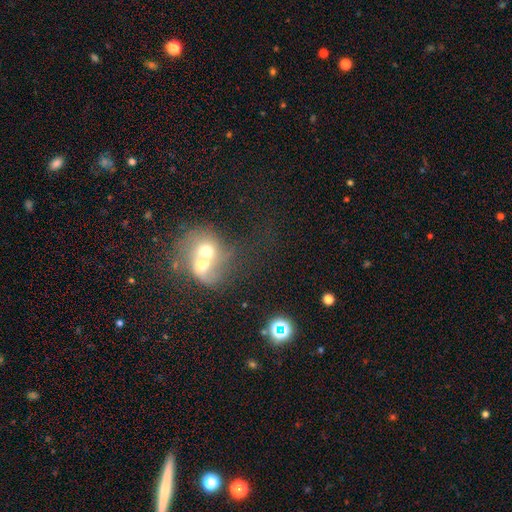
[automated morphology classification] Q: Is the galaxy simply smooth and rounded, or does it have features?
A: featured or disk — 42%.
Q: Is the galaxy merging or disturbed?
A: merger — 55%.